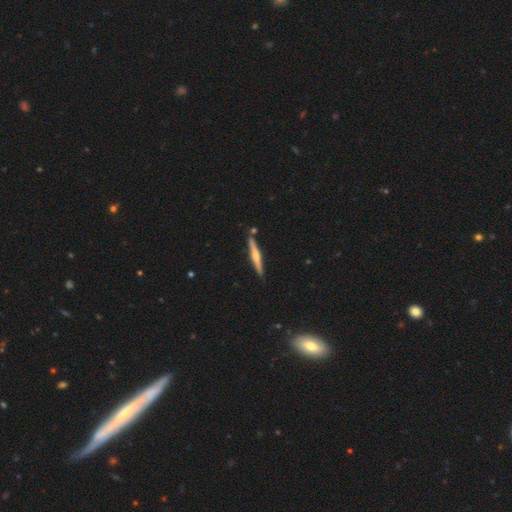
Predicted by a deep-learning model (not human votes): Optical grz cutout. It shows a featured or disk galaxy (60%) viewed edge-on (98%) with a rounded central bulge (74%). Merging: none (85%).